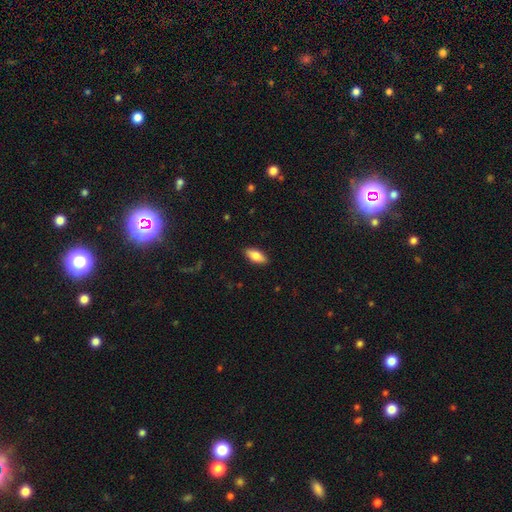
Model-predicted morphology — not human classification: smooth_or_featured: smooth (p=0.79) [alt: featured or disk p=0.15]
how_rounded: in between (p=0.83) [alt: cigar-shaped p=0.15]
merging: none (p=0.89) [alt: minor disturbance p=0.08]